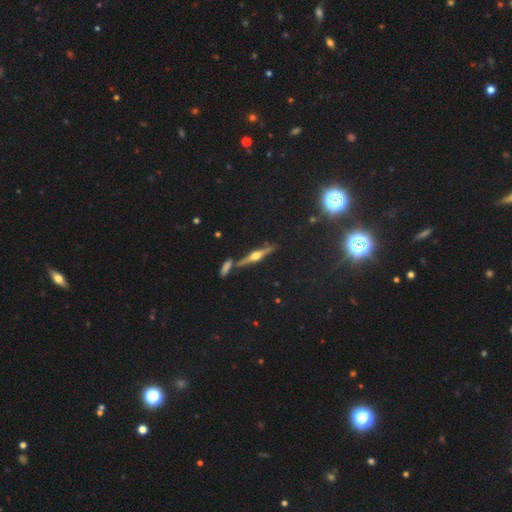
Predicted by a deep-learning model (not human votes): This is likely a featured or disk galaxy (75%). It is clearly viewed edge-on (96%). Edge-on bulge: clearly rounded (94%). Merging: likely none (79%).